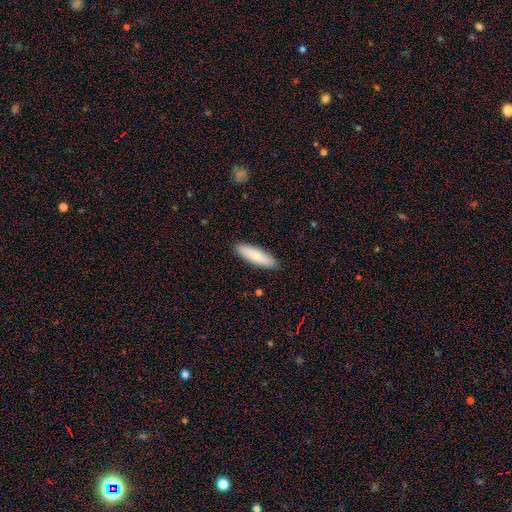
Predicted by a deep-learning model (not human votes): A smooth galaxy with no disk features (80%) that is cigar-shaped (62%). Merging: none (89%).